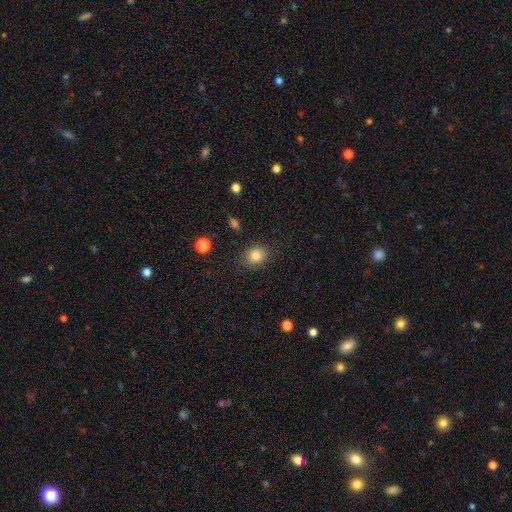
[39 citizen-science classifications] A smooth galaxy with no disk features (87%) that is round (62%).

Vote fractions:
- Smooth or featured? smooth: 87% / featured or disk: 10% / star or artifact: 3%
- How rounded? round: 62% / in between: 38% / cigar-shaped: 0%
- Merging? none: 84% / minor disturbance: 13% / merger: 3% / major disturbance: 0%